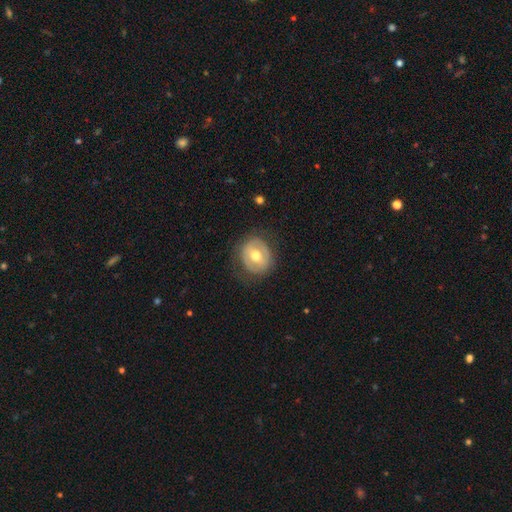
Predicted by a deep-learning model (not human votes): The model was most divided on "smooth or featured" (2-way tie): featured or disk: 47%, smooth: 47%, star or artifact: 6%. More confident: merging — none (76%).